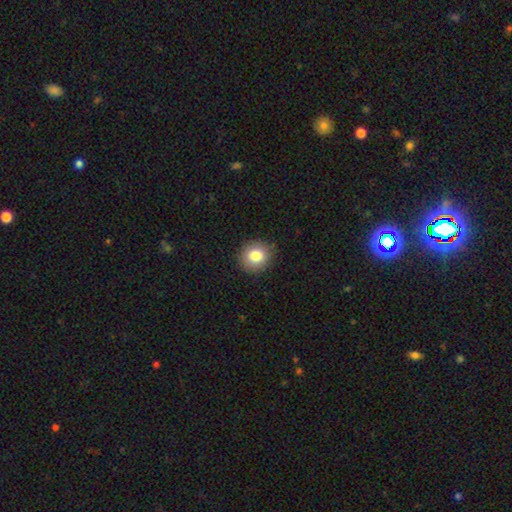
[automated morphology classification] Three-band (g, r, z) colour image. It shows a smooth galaxy with no disk features (82%) that is round (88%). Merging: none (89%).